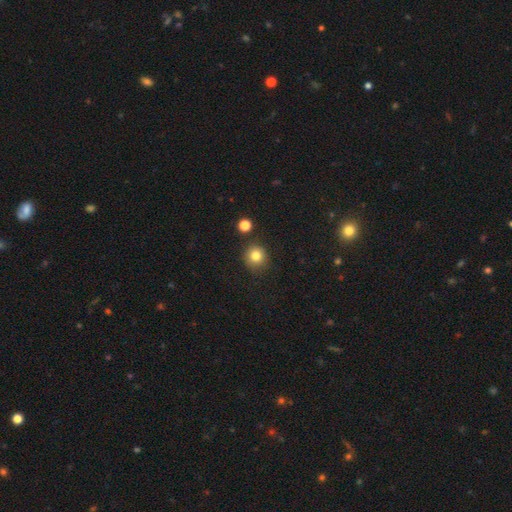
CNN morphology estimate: This appears to be a smooth galaxy with no disk features (81%) that is round (90%). Merging: none (84%).